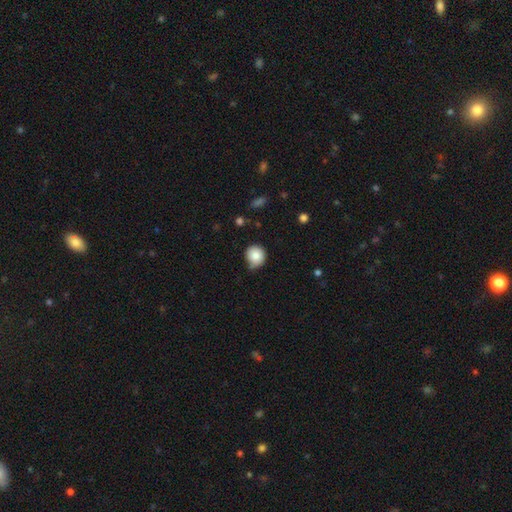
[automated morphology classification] This is clearly a smooth galaxy (84%). How rounded: clearly round (89%). Merging: possibly none (58%).